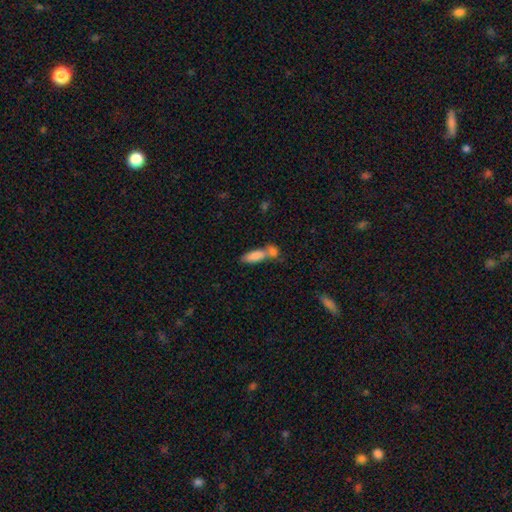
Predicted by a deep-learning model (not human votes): Smooth or featured: smooth — 84% (featured or disk — 9%)
How rounded: in between — 67% (cigar-shaped — 30%)
Merging: merger — 53% (none — 34%)